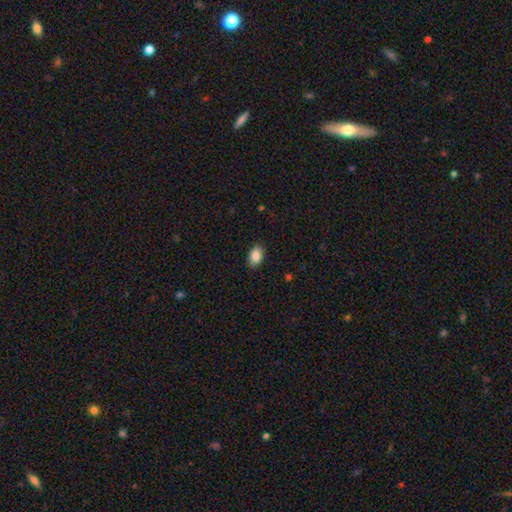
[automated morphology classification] type=smooth (87%); roundness=in between (89%); merging=none (88%).